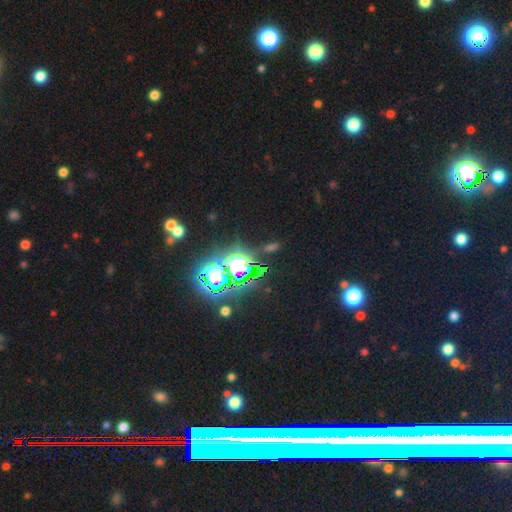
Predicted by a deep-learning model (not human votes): A star or artifact, not a galaxy (74%).